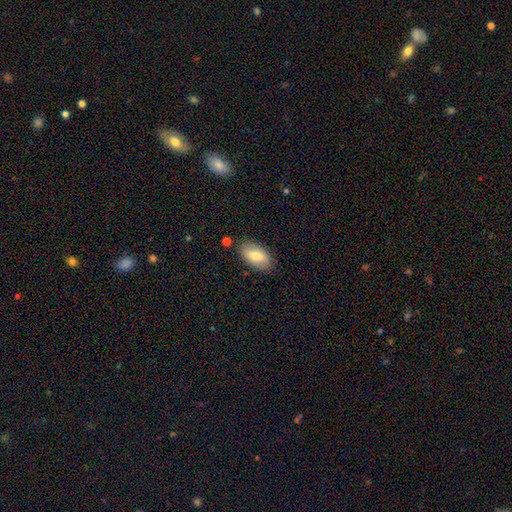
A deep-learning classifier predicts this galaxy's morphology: Smooth or featured? smooth (77%)
How rounded? in between (94%)
Merging? none (83%)